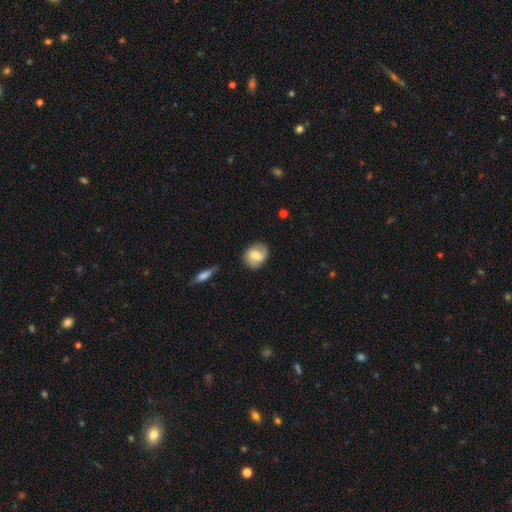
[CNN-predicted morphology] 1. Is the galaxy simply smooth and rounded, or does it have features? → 58% smooth, 34% featured or disk, 8% star or artifact.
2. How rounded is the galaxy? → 57% round, 42% in between, 2% cigar-shaped.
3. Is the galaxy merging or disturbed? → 72% none, 20% minor disturbance, 5% major disturbance, 2% merger.